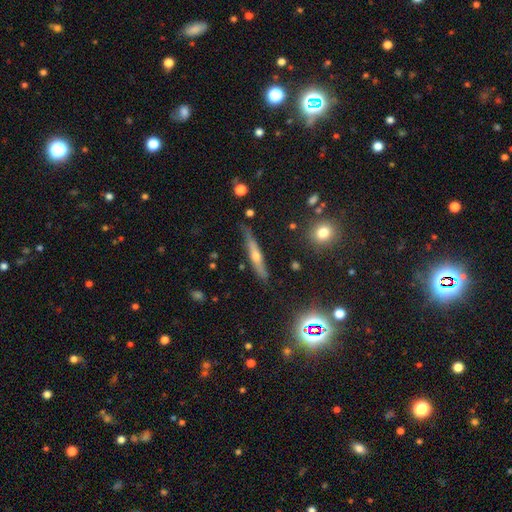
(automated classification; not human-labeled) Smooth or featured? featured or disk (59%)
Edge-on disk? yes (93%)
Edge-on bulge? rounded (80%)
Merging? none (82%)